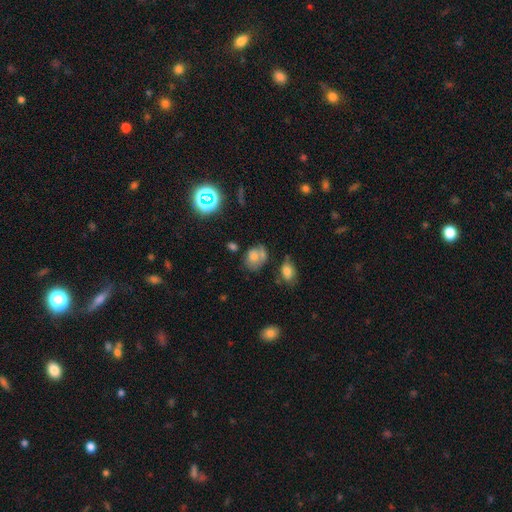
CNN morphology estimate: Overall: smooth (65%). How rounded: in between (55%; round 44%). Merging: none (43%; minor disturbance 24%).